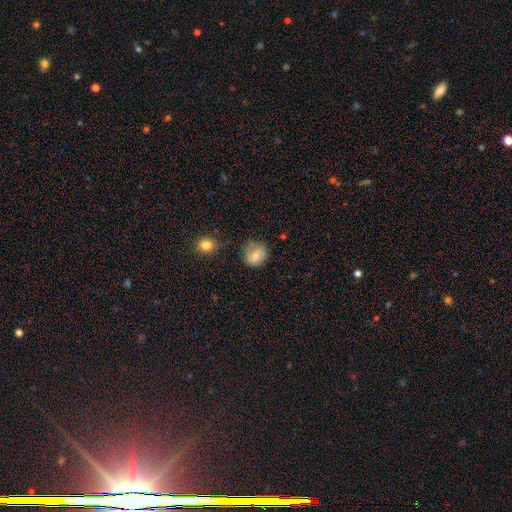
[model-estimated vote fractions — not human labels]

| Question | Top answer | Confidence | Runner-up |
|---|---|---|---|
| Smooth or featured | smooth | 69% | featured or disk (23%) |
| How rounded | round | 83% | in between (16%) |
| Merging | none | 68% | minor disturbance (24%) |